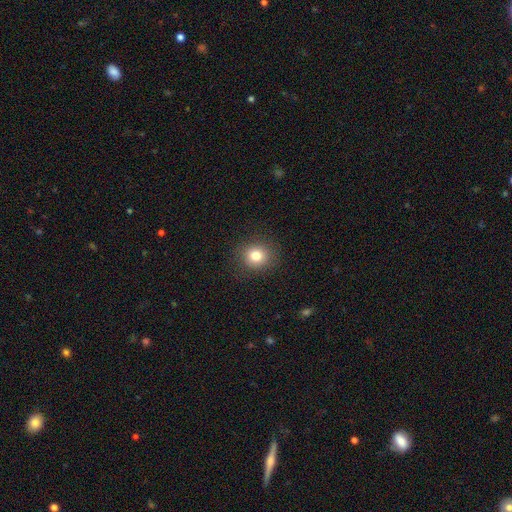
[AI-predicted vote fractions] Smooth or featured?
  - smooth: 80% *
  - star or artifact: 12%
  - featured or disk: 8%
How rounded?
  - round: 84% *
  - in between: 15%
  - cigar-shaped: 1%
Merging?
  - none: 89% *
  - minor disturbance: 7%
  - major disturbance: 3%
  - merger: 1%